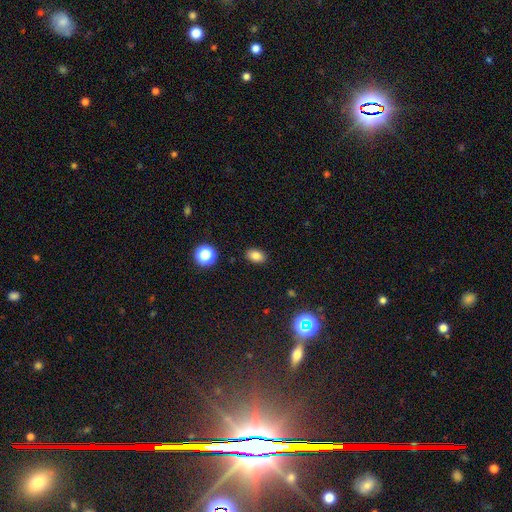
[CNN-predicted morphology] type=smooth (82%); roundness=in between (85%); merging=none (89%).